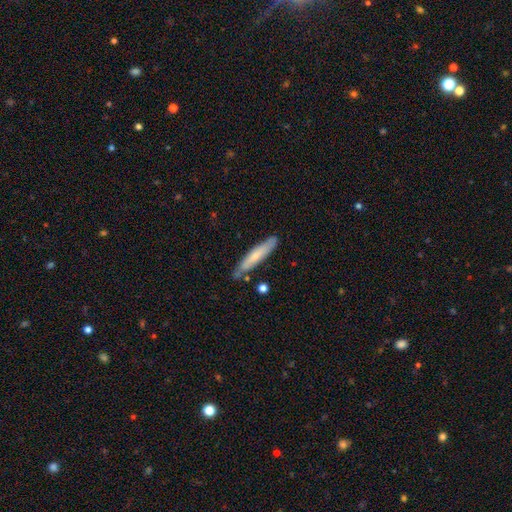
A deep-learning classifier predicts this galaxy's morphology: This is likely a smooth galaxy (66%). How rounded: clearly cigar-shaped (90%). Merging: likely none (78%).